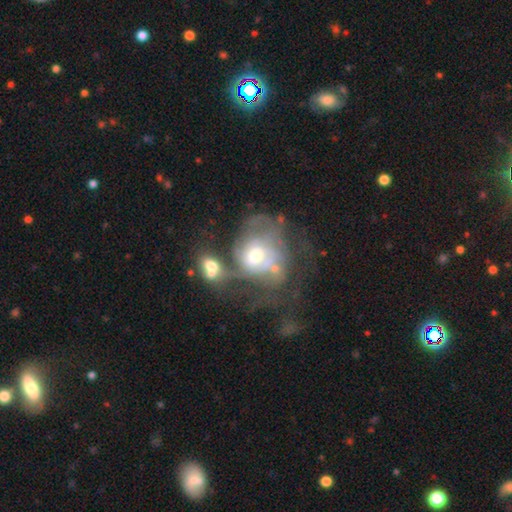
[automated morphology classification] Smooth or featured? featured or disk (71%)
Edge-on disk? no (97%)
Bar? no (77%)
Spiral arms? yes (65%)
Bulge size? moderate (65%)
Merging? merger (38%)